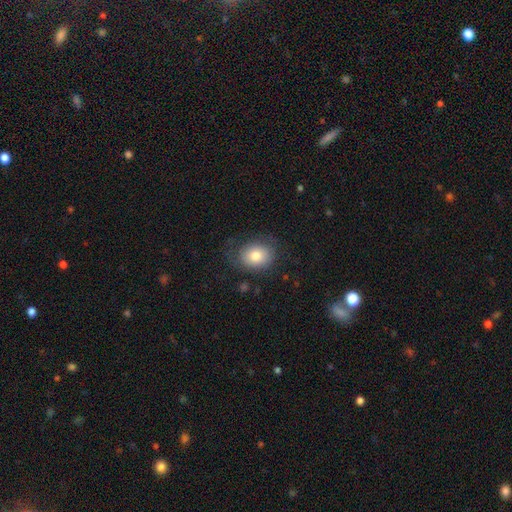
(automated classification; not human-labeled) smooth-or-featured: smooth: 77% | featured or disk: 14% | star or artifact: 9%
  how-rounded: round: 52% | in between: 47% | cigar-shaped: 1%
  merging: none: 68% | minor disturbance: 21% | major disturbance: 10% | merger: 1%